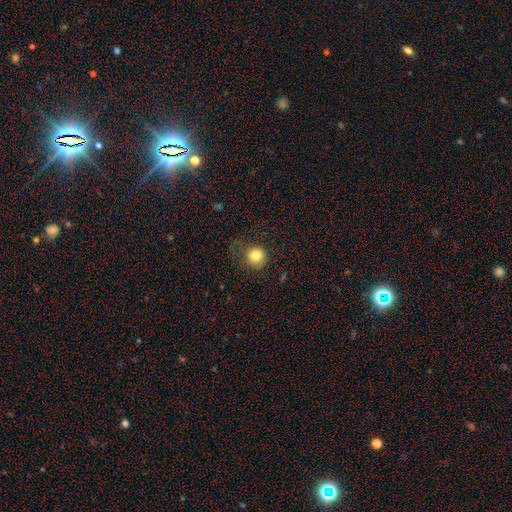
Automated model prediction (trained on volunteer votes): smooth-or-featured: smooth: 81% | star or artifact: 12% | featured or disk: 7%
  how-rounded: round: 90% | in between: 9% | cigar-shaped: 1%
  merging: none: 73% | minor disturbance: 17% | major disturbance: 8% | merger: 1%